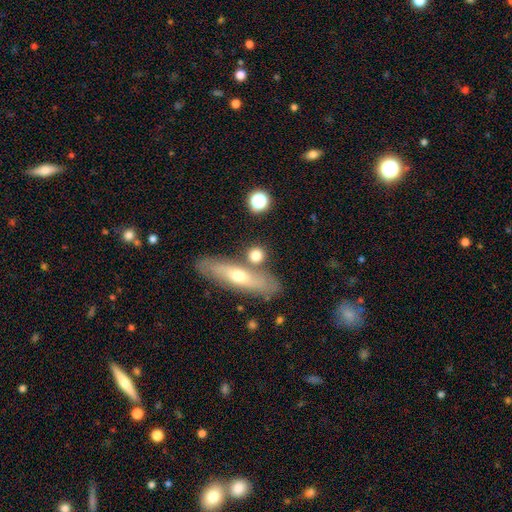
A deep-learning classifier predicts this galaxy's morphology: This is likely a smooth galaxy (68%). How rounded: possibly round (50%). Merging: likely none (68%).